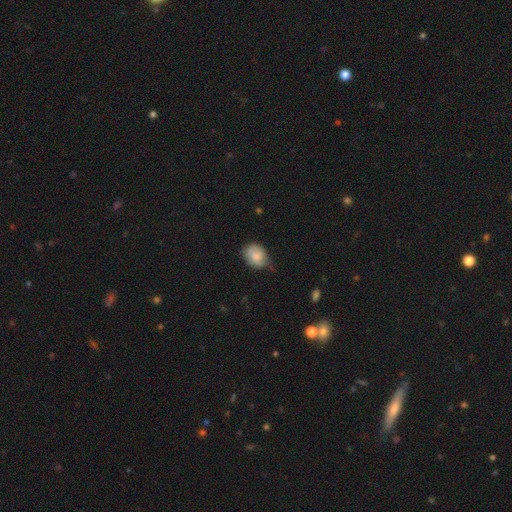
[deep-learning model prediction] smooth 77%, featured or disk 15%, star or artifact 8%. Down the decision tree: how rounded — in between (60%); merging — none (49%).